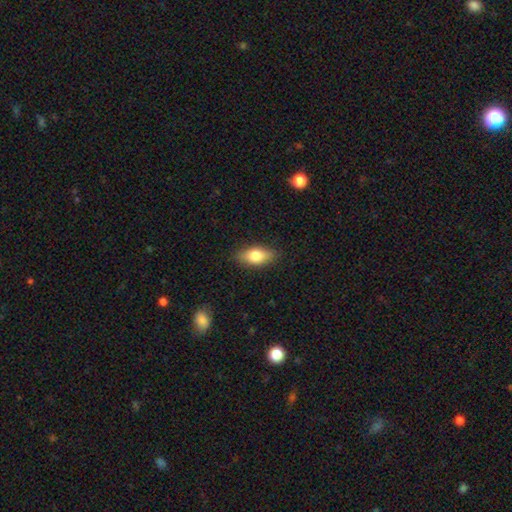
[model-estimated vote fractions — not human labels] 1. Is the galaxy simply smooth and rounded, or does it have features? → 76% smooth, 17% featured or disk, 7% star or artifact.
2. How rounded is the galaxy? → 85% in between, 9% cigar-shaped, 6% round.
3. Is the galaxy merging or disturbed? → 85% none, 11% minor disturbance, 2% major disturbance, 1% merger.